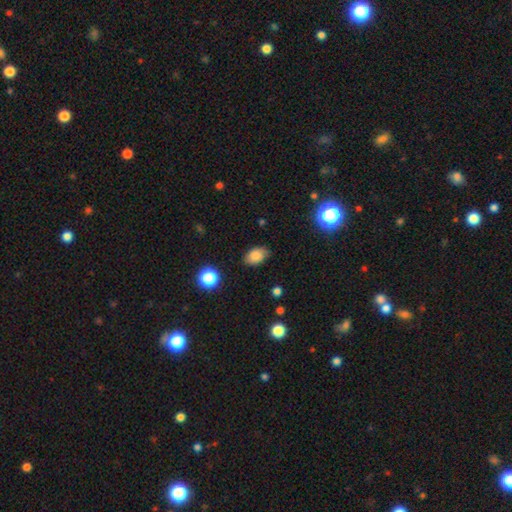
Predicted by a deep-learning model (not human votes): smooth 83%, star or artifact 10%, featured or disk 7%. Down the decision tree: how rounded — in between (88%); merging — none (81%).